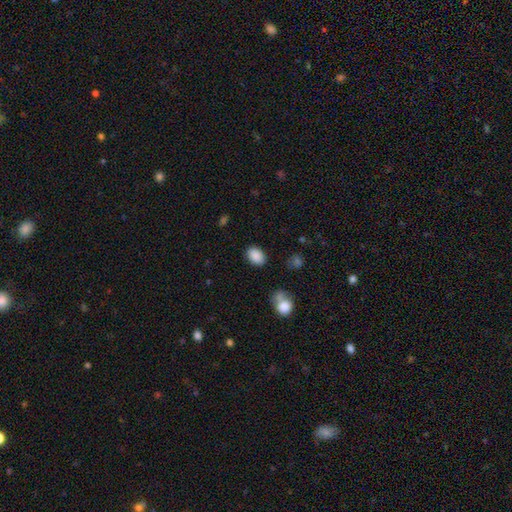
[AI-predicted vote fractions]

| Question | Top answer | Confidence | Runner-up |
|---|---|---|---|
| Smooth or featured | smooth | 88% | star or artifact (8%) |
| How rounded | in between | 83% | round (15%) |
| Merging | none | 84% | minor disturbance (11%) |